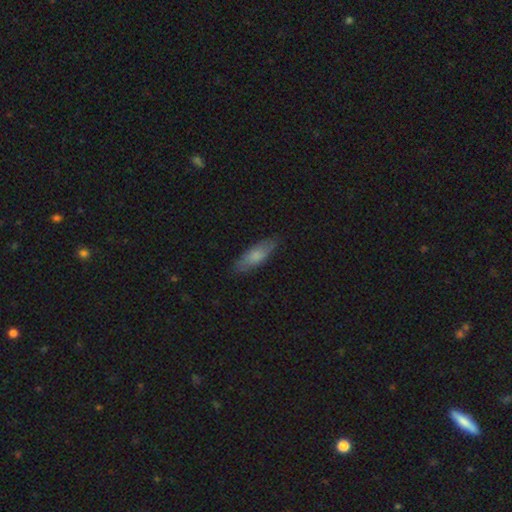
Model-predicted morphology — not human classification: Smooth or featured? smooth (74%)
How rounded? in between (53%)
Merging? none (83%)